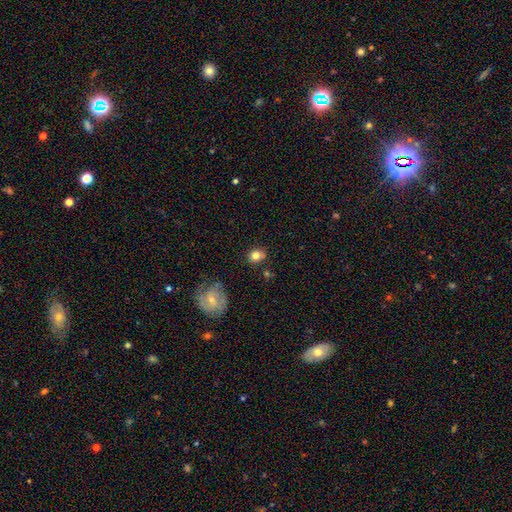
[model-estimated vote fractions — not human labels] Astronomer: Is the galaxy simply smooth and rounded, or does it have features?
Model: smooth — 80%.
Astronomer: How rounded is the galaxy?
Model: round — 67%.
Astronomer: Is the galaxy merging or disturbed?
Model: none — 76%.